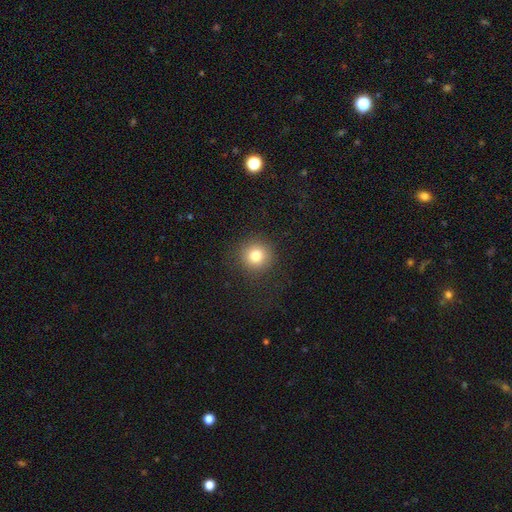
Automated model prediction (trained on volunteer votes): Smooth or featured? Predicted: smooth (p=0.80). How rounded? Predicted: round (p=0.94). Merging? Predicted: none (p=0.89).